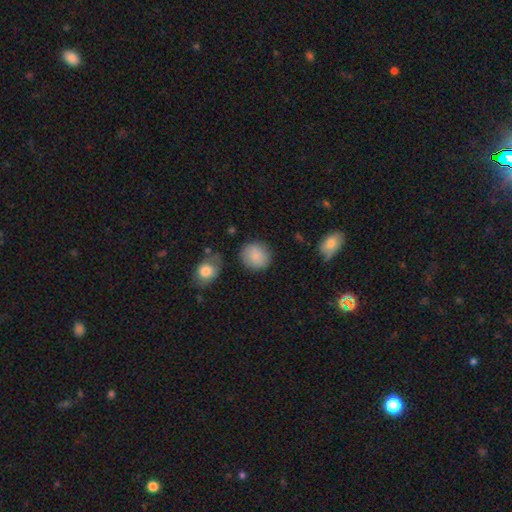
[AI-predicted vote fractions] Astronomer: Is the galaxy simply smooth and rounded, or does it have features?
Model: smooth — 86%.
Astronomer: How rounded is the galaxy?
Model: round — 86%.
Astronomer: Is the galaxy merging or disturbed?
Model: none — 82%.